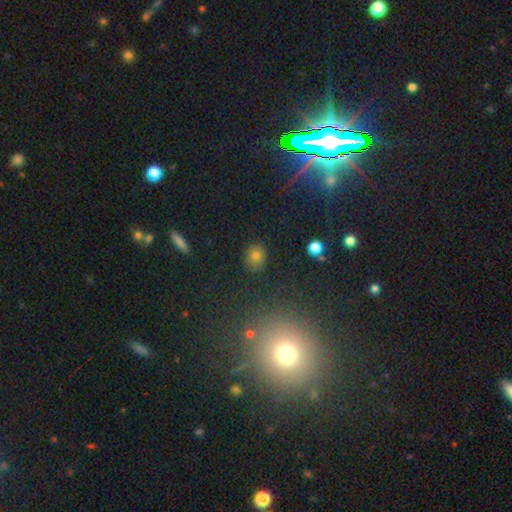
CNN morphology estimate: Smooth or featured? smooth (72%)
How rounded? round (65%)
Merging? none (86%)